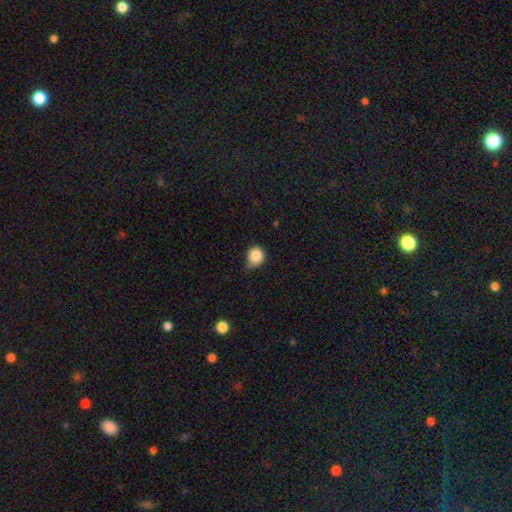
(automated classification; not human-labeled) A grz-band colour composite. It shows a smooth galaxy with no disk features (85%) that is round (85%). Merging: minor disturbance (44%).